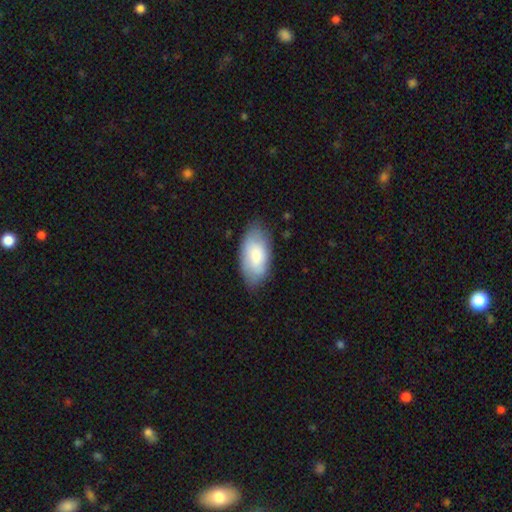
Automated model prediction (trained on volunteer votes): A smooth galaxy with no disk features (76%) that is in between round and cigar-shaped (94%). Merging: none (75%).